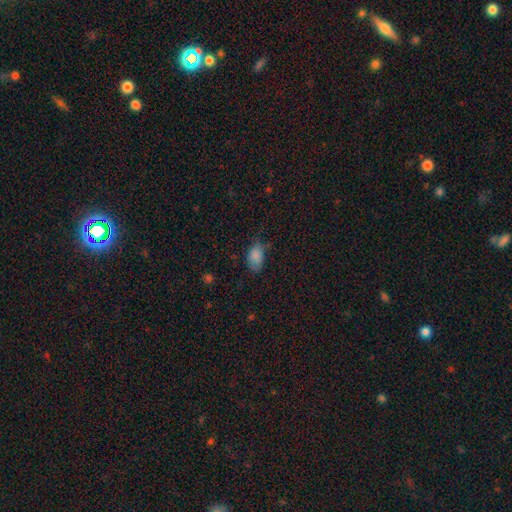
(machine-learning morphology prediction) A smooth galaxy with no disk features (83%) that is in between round and cigar-shaped (91%).

Vote fractions:
- Smooth or featured? smooth: 83% / star or artifact: 9% / featured or disk: 7%
- How rounded? in between: 91% / round: 7% / cigar-shaped: 2%
- Merging? none: 54% / minor disturbance: 34% / major disturbance: 10% / merger: 2%